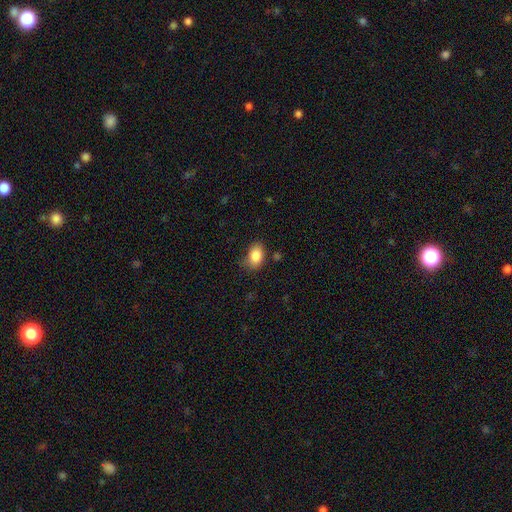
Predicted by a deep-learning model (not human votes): Smooth or featured? smooth (85%)
How rounded? in between (80%)
Merging? none (69%)